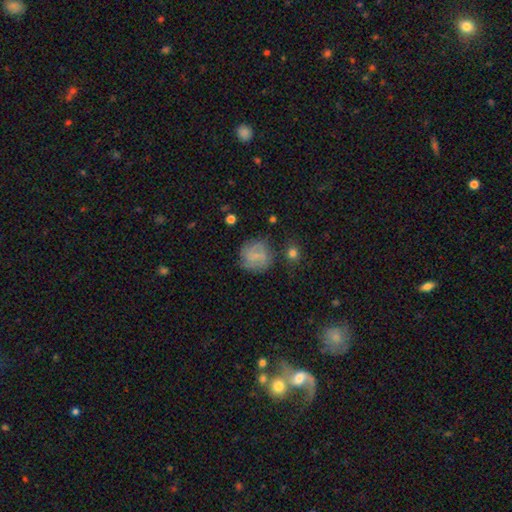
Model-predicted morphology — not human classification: The model was most divided on "smooth or featured": featured or disk: 46%, smooth: 44%, star or artifact: 10%. More confident: merging — none (69%).